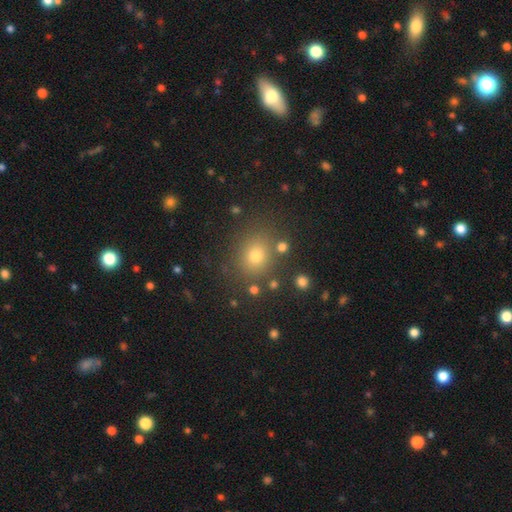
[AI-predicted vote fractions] Smooth or featured: smooth — 71% (star or artifact — 20%)
How rounded: round — 74% (in between — 25%)
Merging: none — 81% (minor disturbance — 10%)